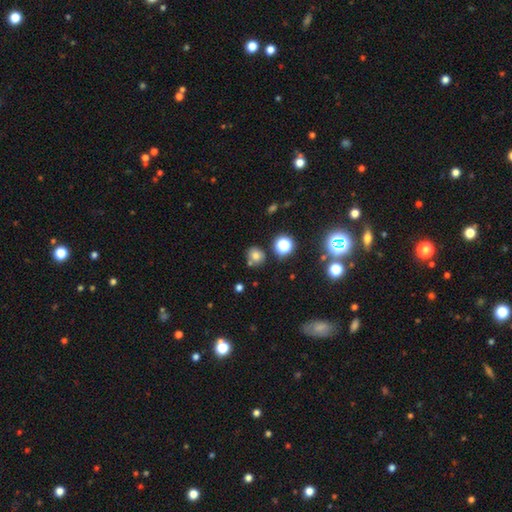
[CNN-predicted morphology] Smooth or featured? smooth (72%)
How rounded? round (81%)
Merging? none (71%)